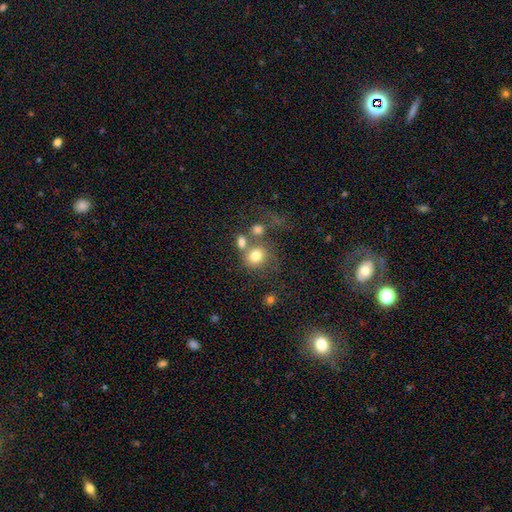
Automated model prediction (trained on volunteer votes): A smooth galaxy with no disk features (75%) that is round (78%).

Vote fractions:
- Smooth or featured? smooth: 75% / featured or disk: 13% / star or artifact: 13%
- How rounded? round: 78% / in between: 21% / cigar-shaped: 1%
- Merging? none: 47% / merger: 30% / minor disturbance: 12% / major disturbance: 10%